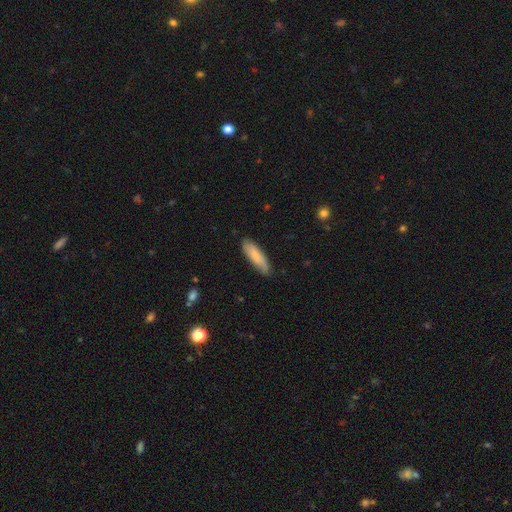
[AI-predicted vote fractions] This appears to be a smooth galaxy with no disk features (80%) that is cigar-shaped (58%). Merging: none (80%).